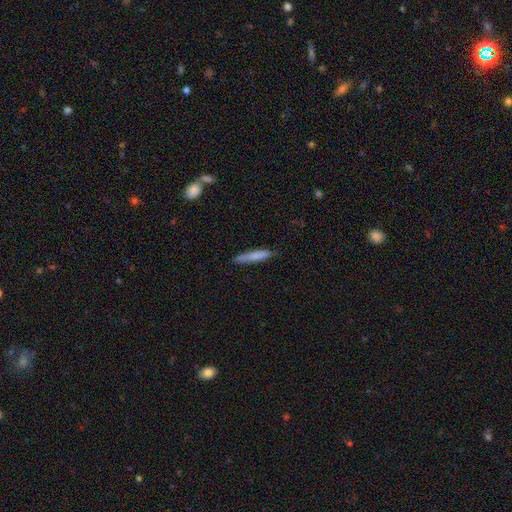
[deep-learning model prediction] Smooth or featured? smooth (79%)
How rounded? cigar-shaped (90%)
Merging? none (82%)